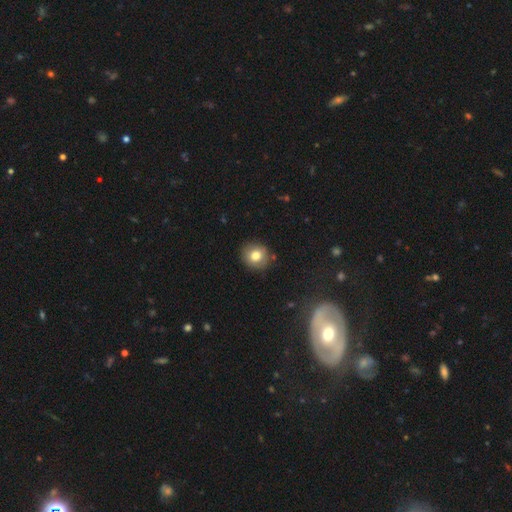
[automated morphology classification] The model was most divided on "smooth or featured": smooth: 77%, featured or disk: 13%, star or artifact: 10%. More confident: how rounded — round (86%); merging — none (85%).